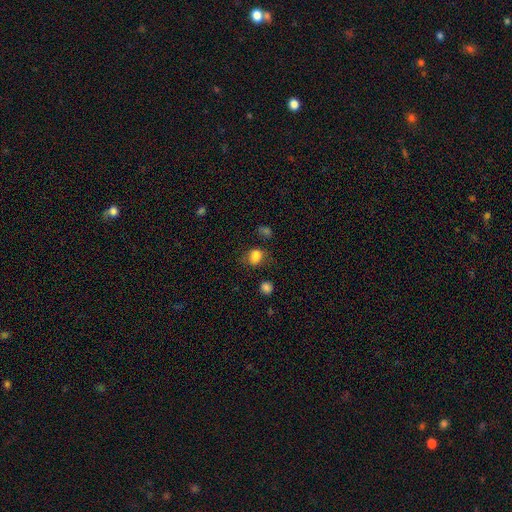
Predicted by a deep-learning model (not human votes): Smooth or featured?
  - smooth: 80% *
  - star or artifact: 12%
  - featured or disk: 8%
How rounded?
  - in between: 56% *
  - round: 43%
  - cigar-shaped: 1%
Merging?
  - none: 62% *
  - minor disturbance: 22%
  - major disturbance: 11%
  - merger: 5%